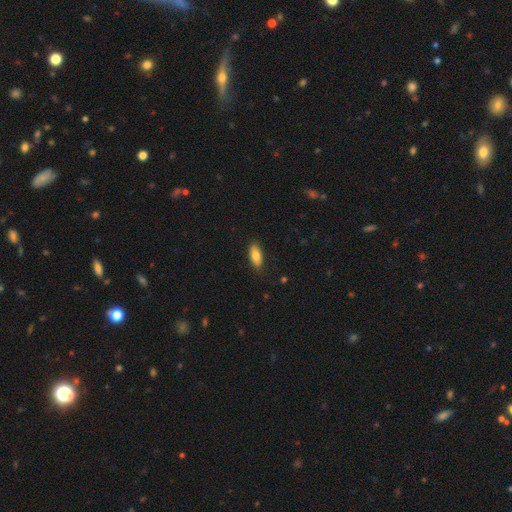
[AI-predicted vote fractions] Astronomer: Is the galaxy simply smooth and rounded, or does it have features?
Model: smooth — 81%.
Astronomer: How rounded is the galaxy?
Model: in between — 80%.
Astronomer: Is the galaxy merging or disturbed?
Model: none — 84%.